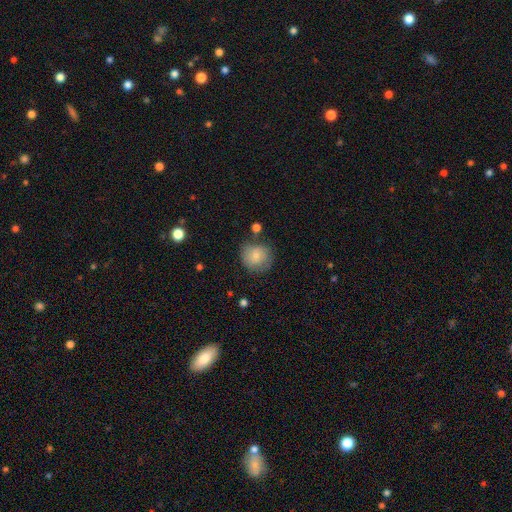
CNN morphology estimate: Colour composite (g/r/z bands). It shows a smooth galaxy with no disk features (79%) that is round (85%). Merging: none (67%).